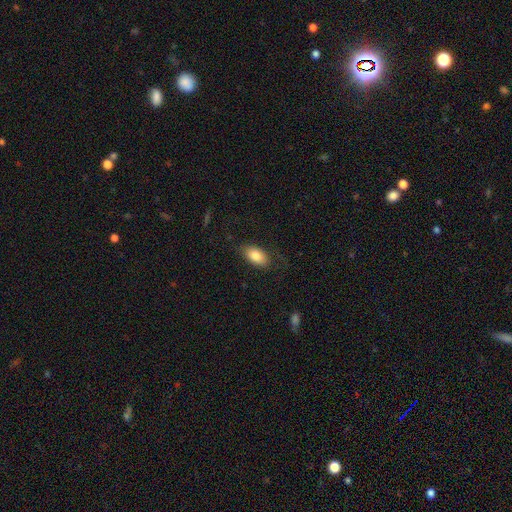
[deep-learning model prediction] A smooth galaxy with no disk features (81%) that is in between round and cigar-shaped (92%). Merging: none (76%).